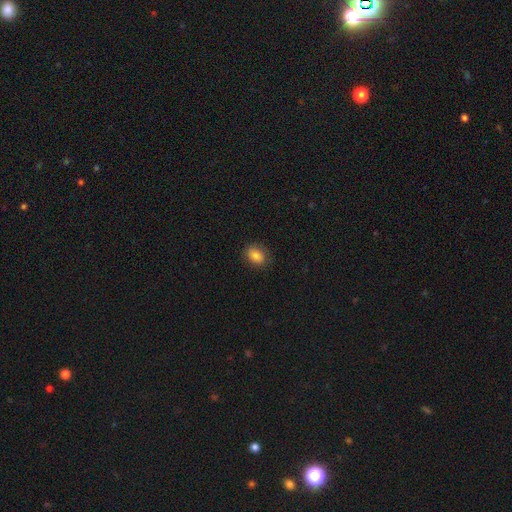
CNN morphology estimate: smooth-or-featured: smooth: 82% | star or artifact: 10% | featured or disk: 8%
  how-rounded: in between: 62% | round: 37% | cigar-shaped: 1%
  merging: none: 83% | minor disturbance: 12% | major disturbance: 3% | merger: 1%